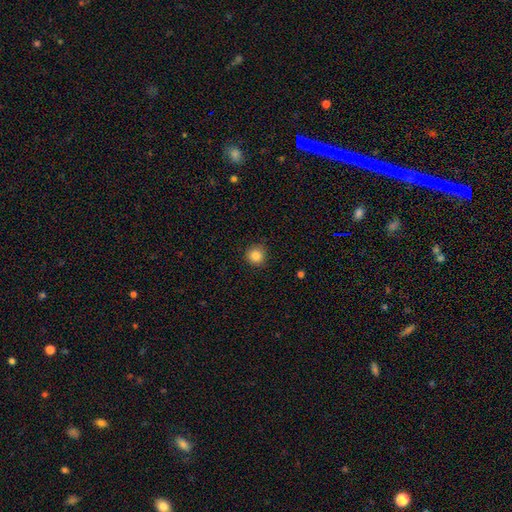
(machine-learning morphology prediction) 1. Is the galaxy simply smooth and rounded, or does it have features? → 85% smooth, 10% star or artifact, 4% featured or disk.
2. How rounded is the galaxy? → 94% round, 5% in between, 1% cigar-shaped.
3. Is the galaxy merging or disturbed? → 89% none, 8% minor disturbance, 2% major disturbance, 1% merger.